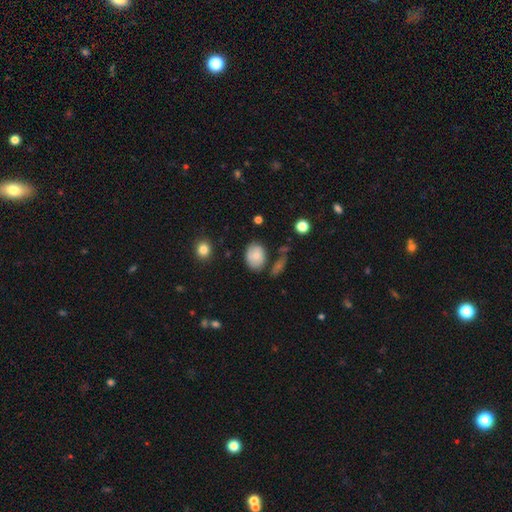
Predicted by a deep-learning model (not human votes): Smooth or featured? Predicted: smooth (p=0.66). How rounded? Predicted: in between (p=0.68). Merging? Predicted: none (p=0.59).